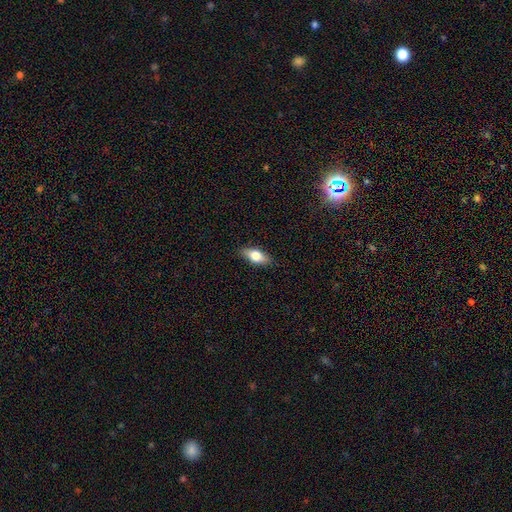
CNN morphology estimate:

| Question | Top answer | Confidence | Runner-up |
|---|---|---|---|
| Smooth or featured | smooth | 72% | featured or disk (21%) |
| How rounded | in between | 83% | cigar-shaped (13%) |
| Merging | none | 87% | minor disturbance (10%) |